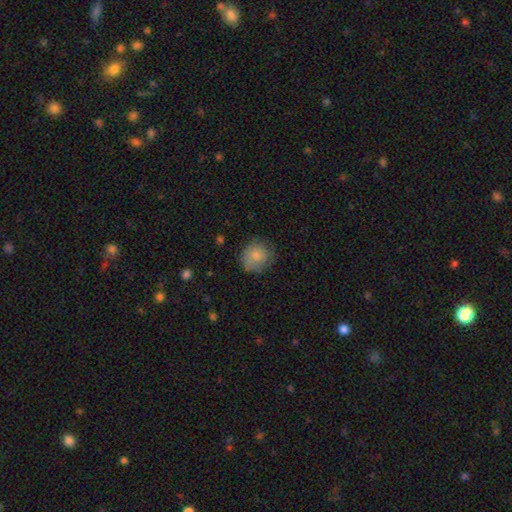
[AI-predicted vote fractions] smooth 79%, featured or disk 13%, star or artifact 8%. Down the decision tree: how rounded — round (87%); merging — none (69%).